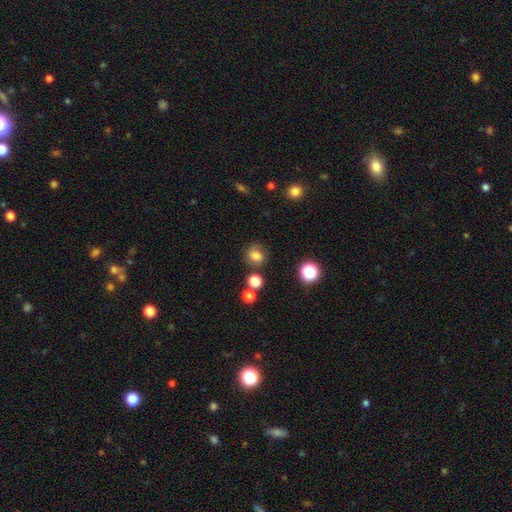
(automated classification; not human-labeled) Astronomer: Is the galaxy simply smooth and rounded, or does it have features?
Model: smooth — 75%.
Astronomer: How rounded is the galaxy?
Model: round — 65%.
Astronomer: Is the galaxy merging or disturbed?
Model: none — 69%.